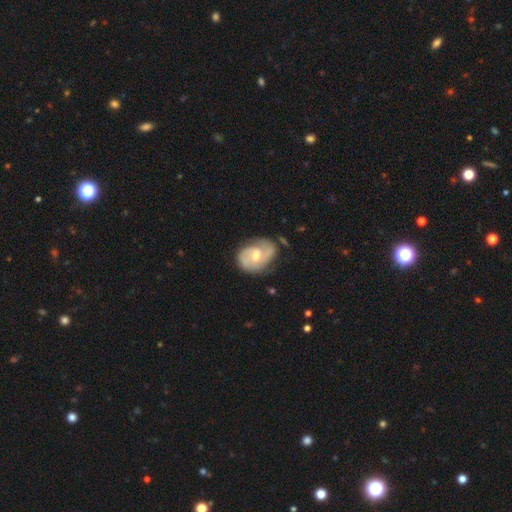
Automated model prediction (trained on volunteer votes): A featured or disk galaxy (76%) with a weak bar (51%), 2 (70%) medium (44%) spiral arms (92%) and a moderate central bulge (58%).

Vote fractions:
- Smooth or featured? featured or disk: 76% / smooth: 18% / star or artifact: 5%
- Edge-on disk? no: 97% / yes: 3%
- Bar? weak: 51% / no: 41% / strong: 9%
- Spiral arms? yes: 92% / no: 8%
- Spiral winding? medium: 44% / tight: 39% / loose: 16%
- Spiral arm count? 2: 70% / can't tell: 14% / 1: 7% / 3: 6% / 4: 2% / more than 4: 1%
- Bulge size? moderate: 58% / small: 35% / large: 4% / none: 2% / dominant: 1%
- Merging? none: 61% / minor disturbance: 26% / major disturbance: 10% / merger: 3%